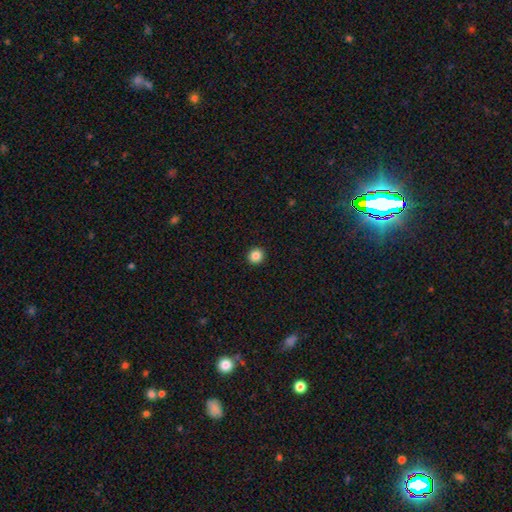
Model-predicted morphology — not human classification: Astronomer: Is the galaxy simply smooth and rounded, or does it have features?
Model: smooth — 86%.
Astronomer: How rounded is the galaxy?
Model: round — 92%.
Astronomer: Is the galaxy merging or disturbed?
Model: none — 93%.